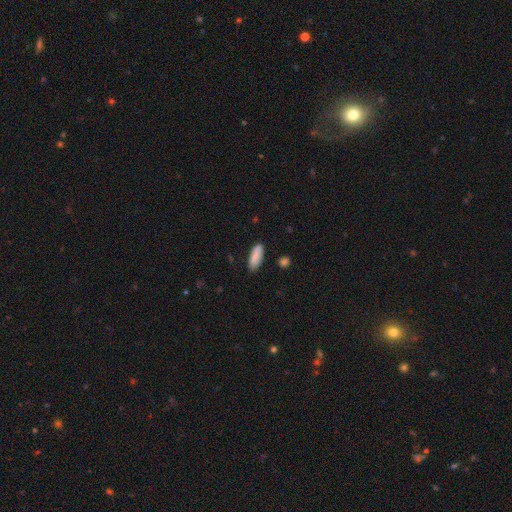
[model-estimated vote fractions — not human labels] The model was most divided on "how rounded": in between: 67%, cigar-shaped: 31%, round: 2%. More confident: smooth or featured — smooth (88%); merging — none (84%).